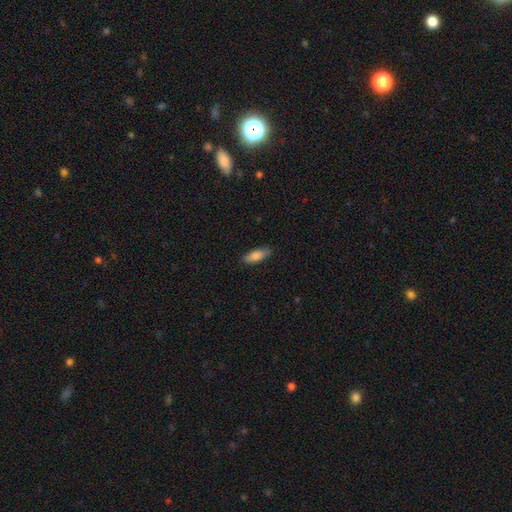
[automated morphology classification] Smooth or featured: smooth — 84% (featured or disk — 10%)
How rounded: in between — 70% (cigar-shaped — 28%)
Merging: none — 86% (minor disturbance — 10%)